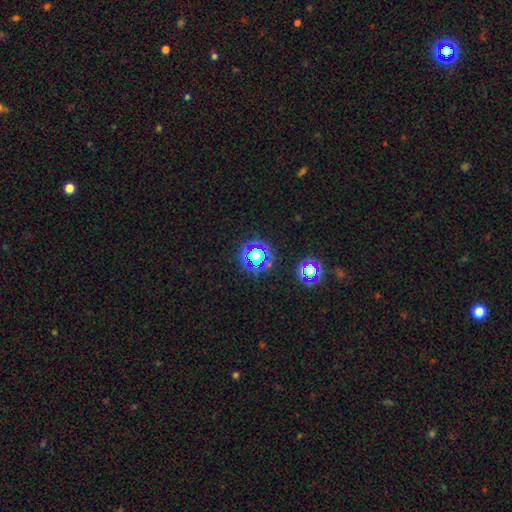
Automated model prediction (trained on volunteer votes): A star or artifact, not a galaxy (57%).